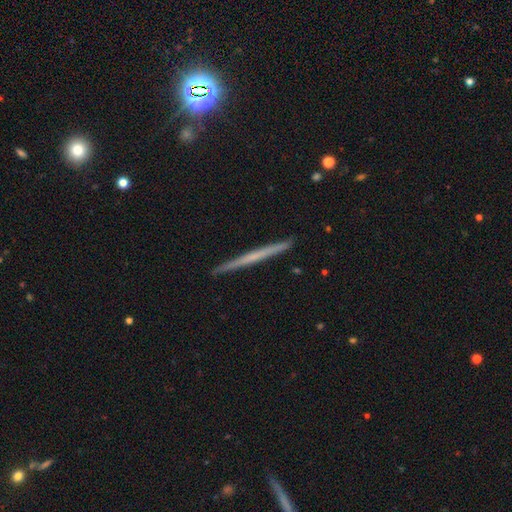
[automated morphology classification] Smooth or featured? Predicted: featured or disk (p=0.55). Edge-on disk? Predicted: yes (p=0.98). Edge-on bulge? Predicted: none (p=0.84). Merging? Predicted: none (p=0.92).